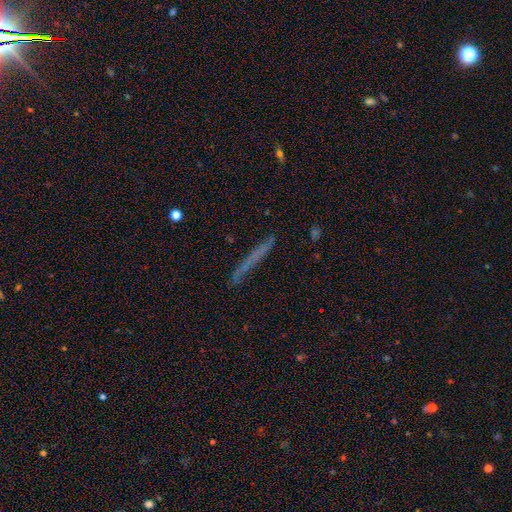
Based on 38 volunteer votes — Smooth or featured: smooth — 63% (featured or disk — 34%)
How rounded: cigar-shaped — 100%
Merging: none — 86% (minor disturbance — 8%)